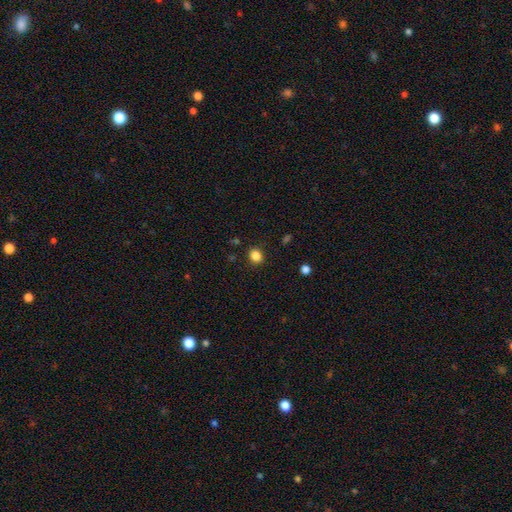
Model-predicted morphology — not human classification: A smooth galaxy with no disk features (85%) that is round (73%). Merging: none (89%).